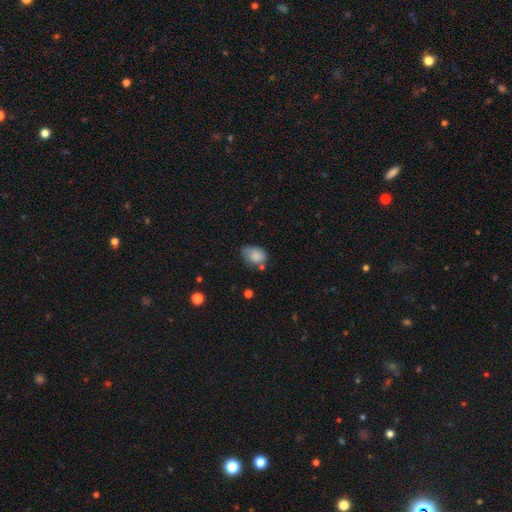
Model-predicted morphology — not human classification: Q: Smooth or featured?
A: smooth (81%); runner-up: featured or disk (11%)
Q: How rounded?
A: in between (70%); runner-up: round (28%)
Q: Merging?
A: none (44%); runner-up: minor disturbance (37%)